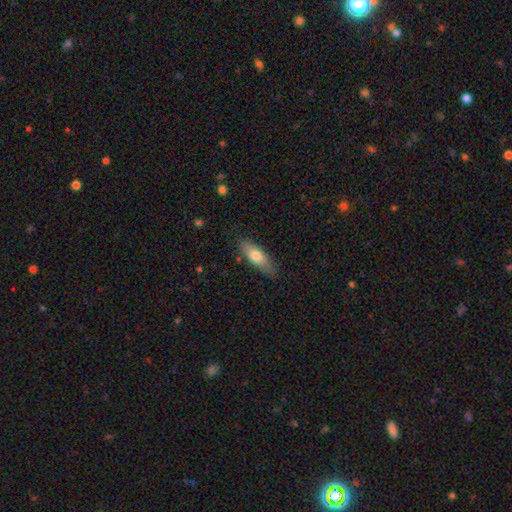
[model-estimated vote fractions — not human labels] Smooth or featured? smooth (71%)
How rounded? in between (60%)
Merging? none (80%)